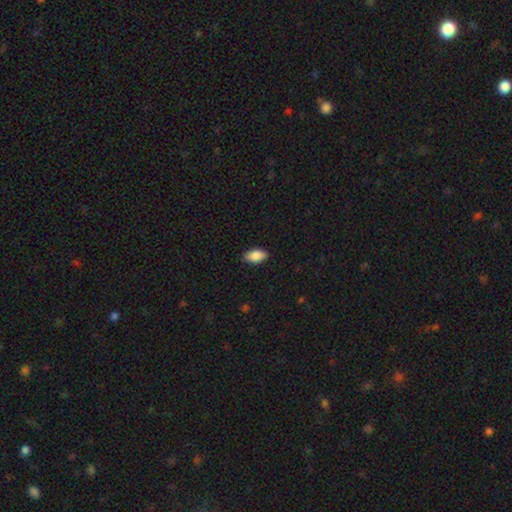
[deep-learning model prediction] Smooth or featured?
  - smooth: 88% *
  - star or artifact: 7%
  - featured or disk: 5%
How rounded?
  - in between: 93% *
  - round: 4%
  - cigar-shaped: 3%
Merging?
  - none: 86% *
  - minor disturbance: 11%
  - major disturbance: 2%
  - merger: 1%